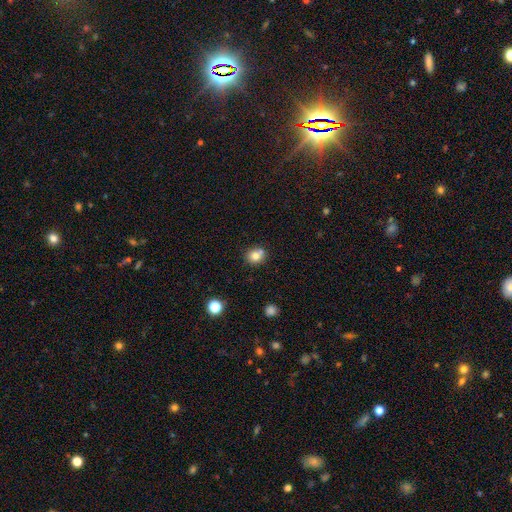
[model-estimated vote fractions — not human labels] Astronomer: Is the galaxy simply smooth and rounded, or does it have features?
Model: smooth — 77%.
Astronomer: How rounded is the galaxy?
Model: round — 79%.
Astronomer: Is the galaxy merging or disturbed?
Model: none — 63%.